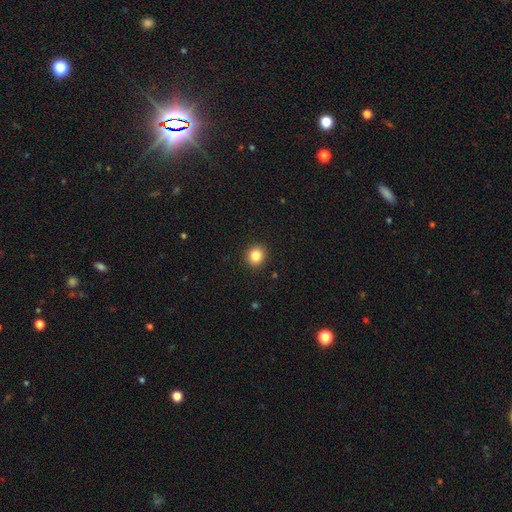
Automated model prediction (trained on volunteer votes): A smooth galaxy with no disk features (84%) that is round (86%).

Vote fractions:
- Smooth or featured? smooth: 84% / star or artifact: 11% / featured or disk: 5%
- How rounded? round: 86% / in between: 13% / cigar-shaped: 1%
- Merging? none: 92% / minor disturbance: 5% / major disturbance: 2% / merger: 1%